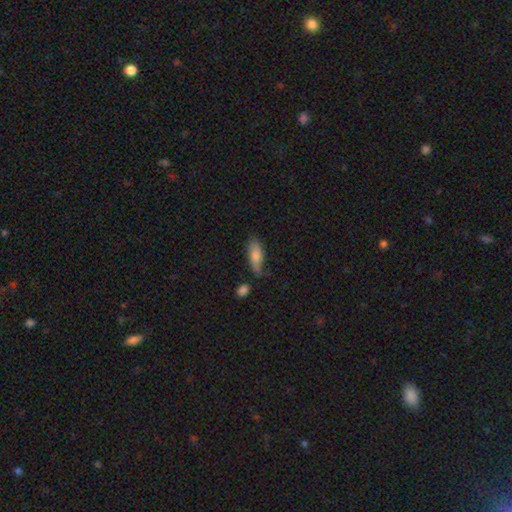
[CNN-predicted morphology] Overall: smooth (75%). How rounded: in between (75%). Merging: none (55%; minor disturbance 30%).